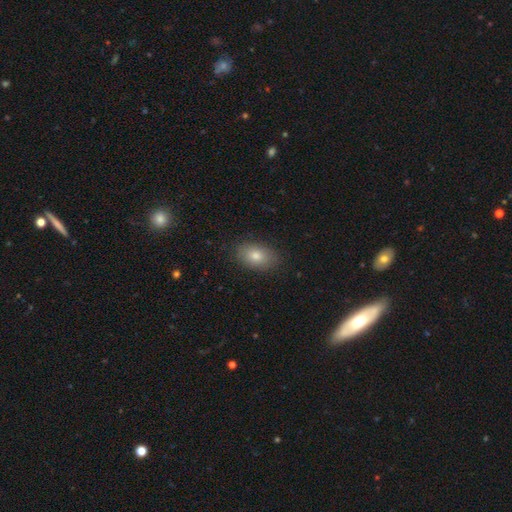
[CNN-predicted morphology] Smooth or featured? Predicted: smooth (p=0.78). How rounded? Predicted: in between (p=0.88). Merging? Predicted: none (p=0.86).